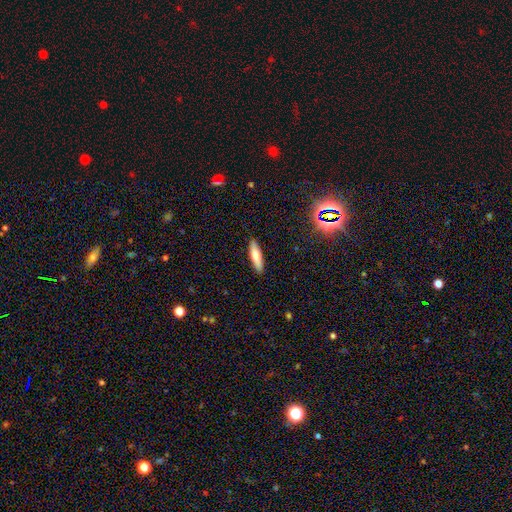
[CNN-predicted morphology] type=smooth (73%); roundness=cigar-shaped (68%); merging=none (89%).